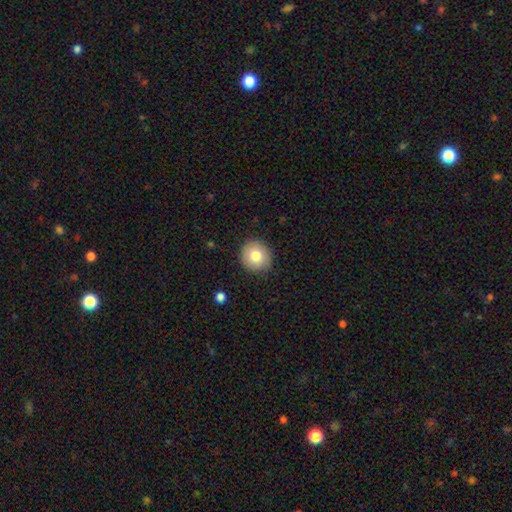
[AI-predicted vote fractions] Overall: smooth (79%). How rounded: round (90%). Merging: none (88%).